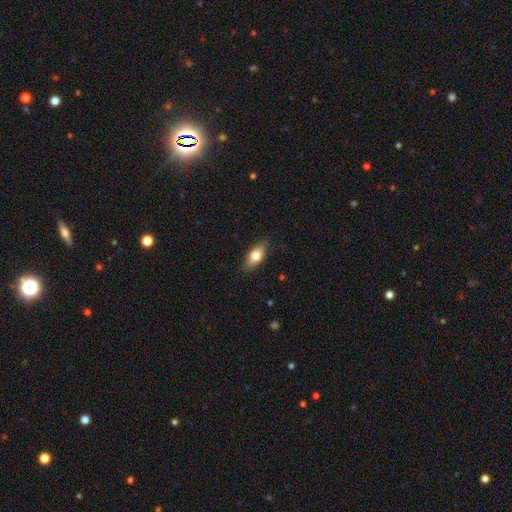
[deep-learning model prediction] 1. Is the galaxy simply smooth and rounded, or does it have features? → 76% smooth, 18% featured or disk, 7% star or artifact.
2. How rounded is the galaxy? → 83% in between, 13% cigar-shaped, 4% round.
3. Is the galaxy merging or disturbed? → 86% none, 11% minor disturbance, 2% major disturbance, 1% merger.